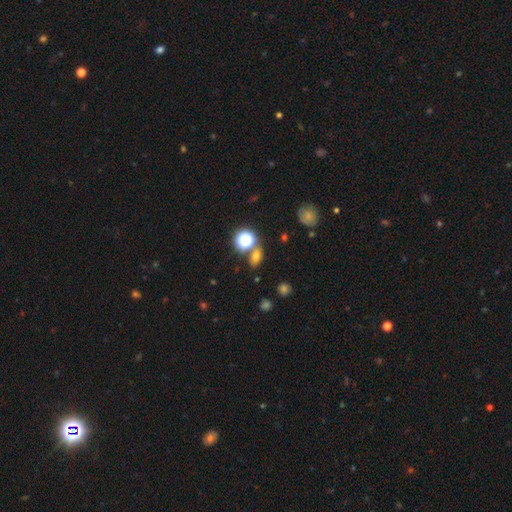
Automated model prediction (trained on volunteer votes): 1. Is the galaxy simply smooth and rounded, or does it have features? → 63% smooth, 27% star or artifact, 10% featured or disk.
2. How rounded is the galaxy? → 64% in between, 33% round, 3% cigar-shaped.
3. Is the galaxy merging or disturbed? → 70% none, 15% merger, 10% minor disturbance, 4% major disturbance.